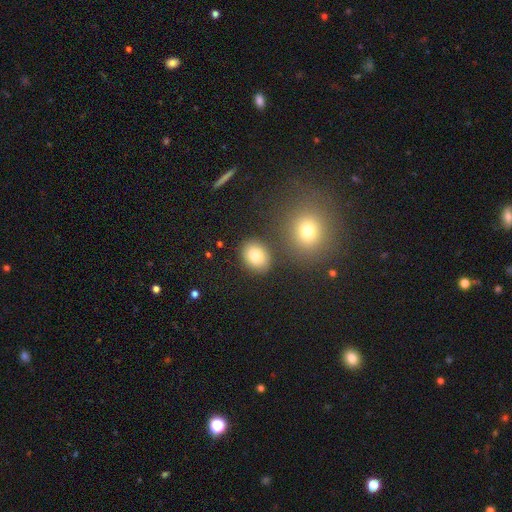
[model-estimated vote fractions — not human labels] Smooth or featured? Predicted: smooth (p=0.82). How rounded? Predicted: in between (p=0.51). Merging? Predicted: none (p=0.82).